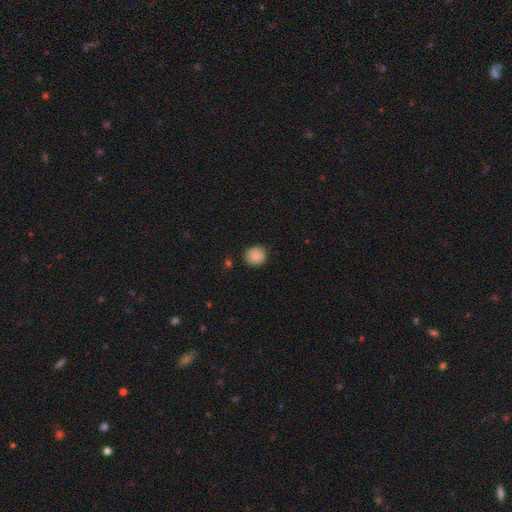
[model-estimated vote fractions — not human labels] Smooth or featured: smooth — 88% (star or artifact — 8%)
How rounded: round — 90% (in between — 9%)
Merging: none — 87% (minor disturbance — 9%)